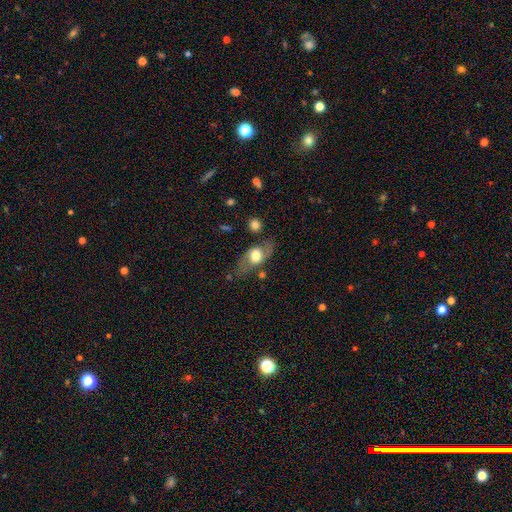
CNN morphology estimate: smooth 47%, featured or disk 46%, star or artifact 7%. Down the decision tree: merging — none (65%).